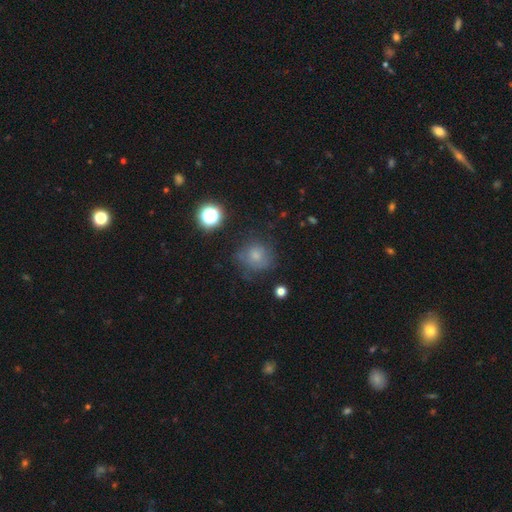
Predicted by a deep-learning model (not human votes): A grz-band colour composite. It shows a smooth galaxy with no disk features (71%) that is round (85%). Merging: none (66%).